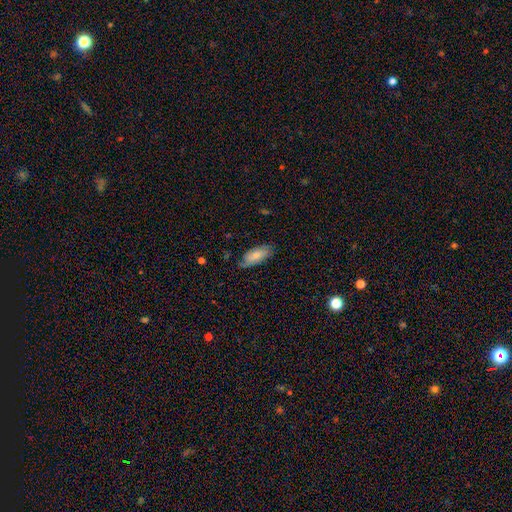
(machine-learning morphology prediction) Smooth or featured?
  - smooth: 72% *
  - featured or disk: 21%
  - star or artifact: 6%
How rounded?
  - in between: 81% *
  - cigar-shaped: 17%
  - round: 2%
Merging?
  - none: 71% *
  - minor disturbance: 23%
  - major disturbance: 4%
  - merger: 1%